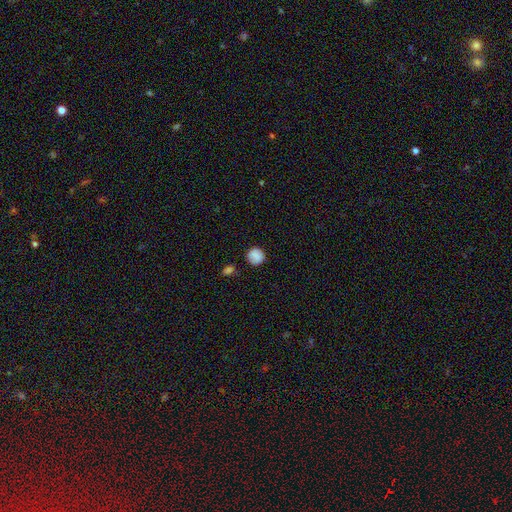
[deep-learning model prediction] smooth 81%, star or artifact 10%, featured or disk 9%. Down the decision tree: how rounded — round (90%); merging — none (81%).